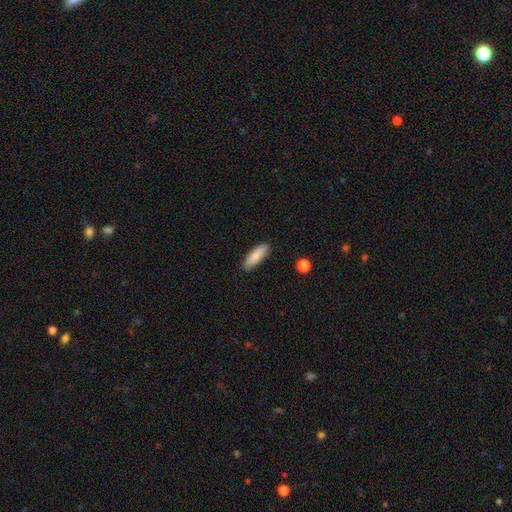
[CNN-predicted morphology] Overall: smooth (86%). How rounded: cigar-shaped (52%; in between 47%). Merging: none (86%).